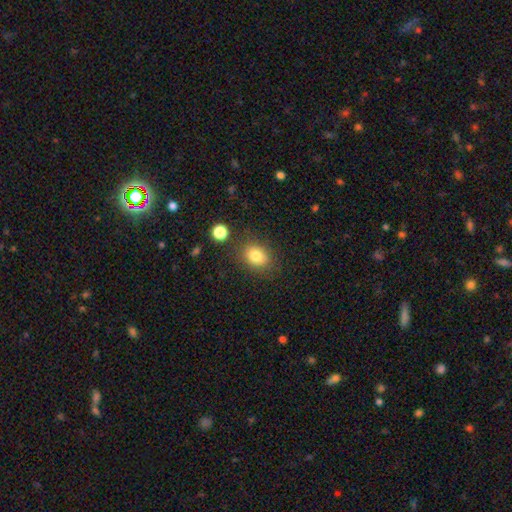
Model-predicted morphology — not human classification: Q: Smooth or featured?
A: smooth (81%); runner-up: star or artifact (10%)
Q: How rounded?
A: in between (56%); runner-up: round (43%)
Q: Merging?
A: none (78%); runner-up: minor disturbance (14%)